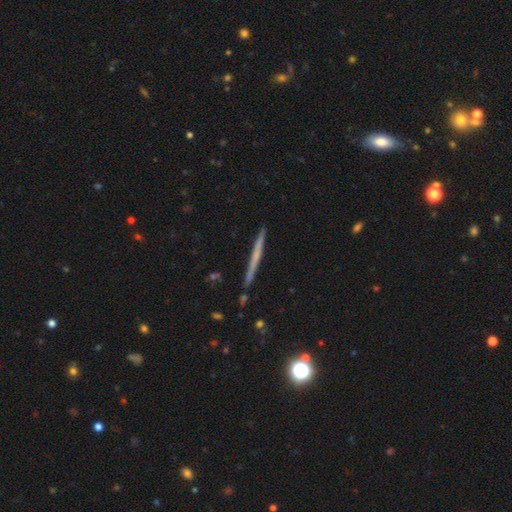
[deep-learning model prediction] Q: Smooth or featured?
A: featured or disk (55%); runner-up: smooth (37%)
Q: Edge-on disk?
A: yes (97%); runner-up: no (3%)
Q: Edge-on bulge?
A: none (81%); runner-up: rounded (14%)
Q: Merging?
A: none (89%); runner-up: minor disturbance (8%)